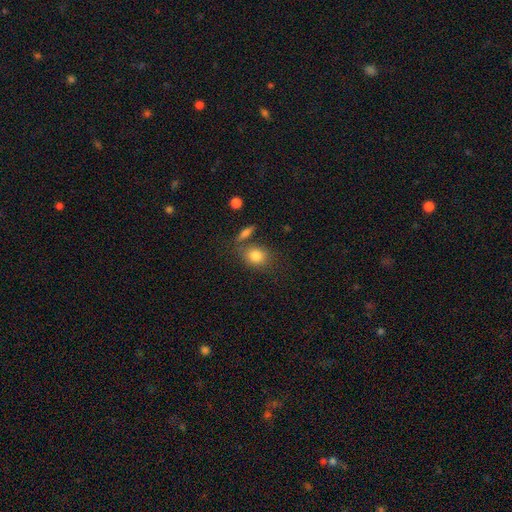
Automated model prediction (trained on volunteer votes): Q: Smooth or featured?
A: smooth (81%); runner-up: featured or disk (10%)
Q: How rounded?
A: in between (51%); runner-up: round (48%)
Q: Merging?
A: none (65%); runner-up: minor disturbance (15%)